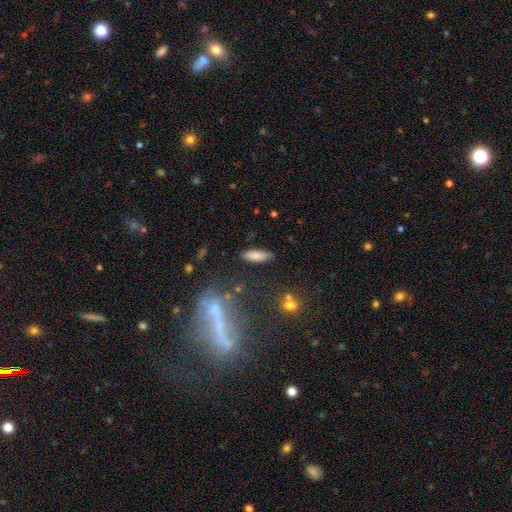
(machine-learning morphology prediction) This appears to be a smooth galaxy with no disk features (82%) that is in between round and cigar-shaped (60%). Merging: none (83%).